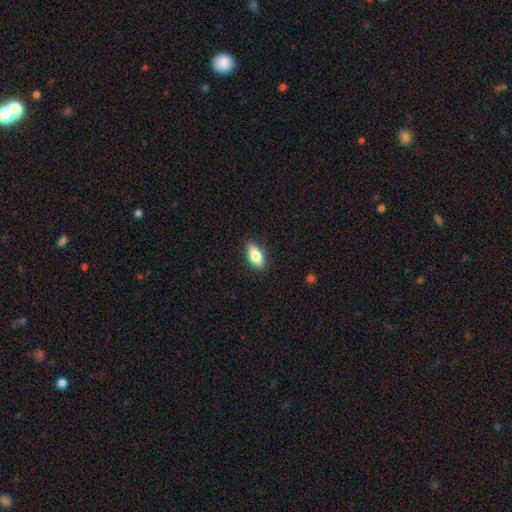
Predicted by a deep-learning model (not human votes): This appears to be a smooth galaxy with no disk features (77%) that is in between round and cigar-shaped (82%). Merging: none (87%).